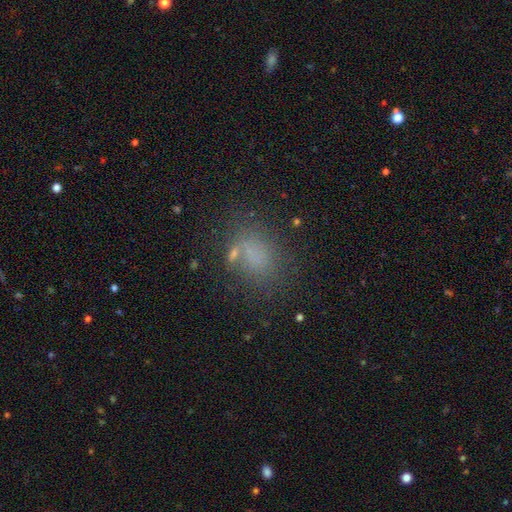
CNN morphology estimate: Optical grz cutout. It shows a smooth galaxy with no disk features (69%) that is in between round and cigar-shaped (68%). Merging: none (68%).